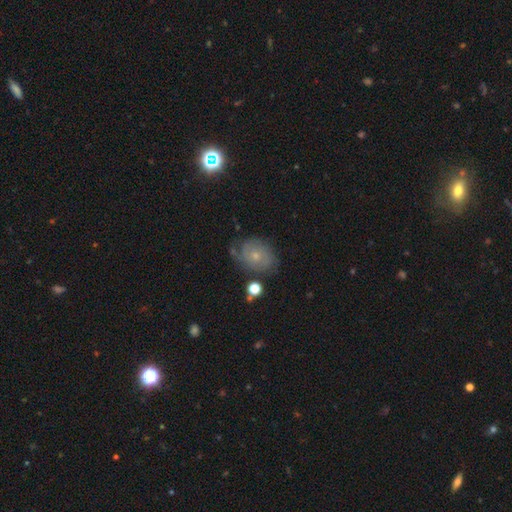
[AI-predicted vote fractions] Morphology: type=featured or disk (54%); edge-on=no (97%); bar=no (85%); spiral arms=yes (77%); bulge=small (74%); merging=none (60%).